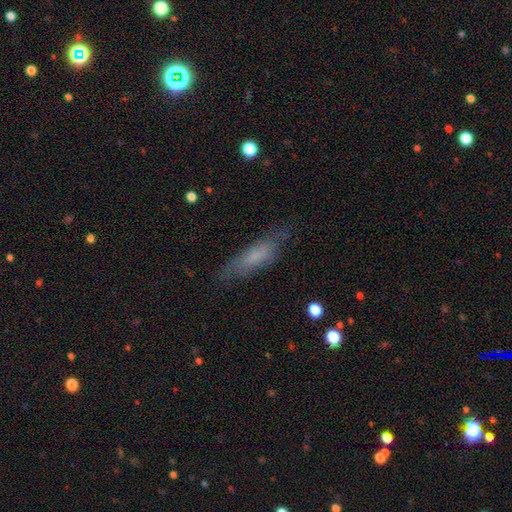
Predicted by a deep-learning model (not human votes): smooth 62%, featured or disk 29%, star or artifact 9%. Down the decision tree: how rounded — cigar-shaped (62%); merging — none (73%).